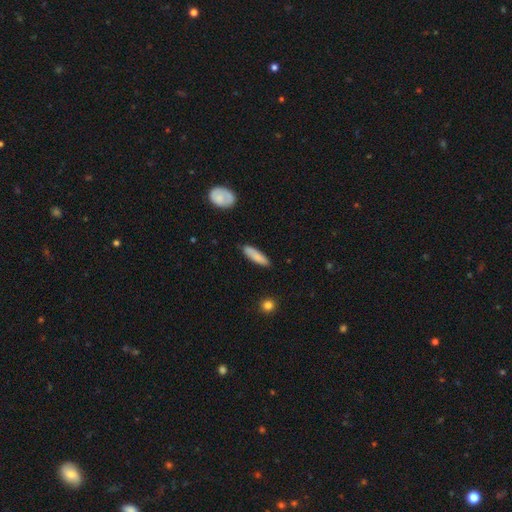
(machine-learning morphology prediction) Smooth or featured?
  - smooth: 83% *
  - featured or disk: 11%
  - star or artifact: 6%
How rounded?
  - cigar-shaped: 70% *
  - in between: 28%
  - round: 2%
Merging?
  - none: 86% *
  - minor disturbance: 10%
  - major disturbance: 2%
  - merger: 2%